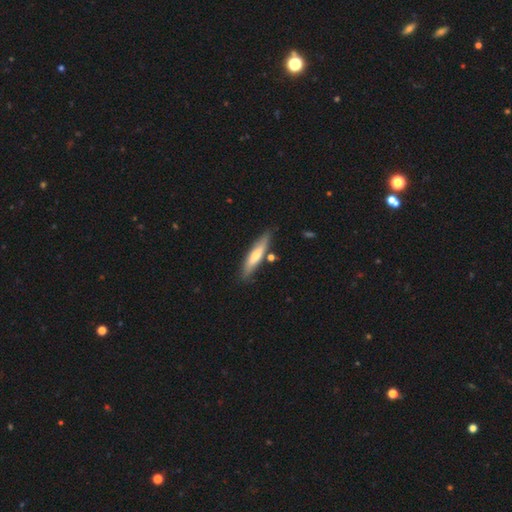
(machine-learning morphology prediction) A smooth galaxy with no disk features (60%) that is cigar-shaped (83%). Merging: none (79%).